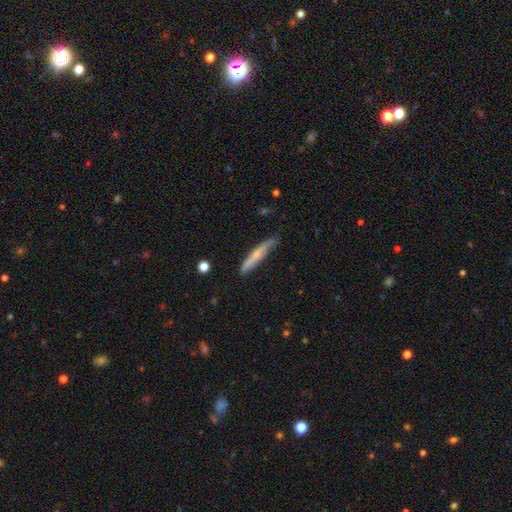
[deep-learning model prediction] Morphology: type=smooth (53%); roundness=cigar-shaped (93%); merging=none (73%).